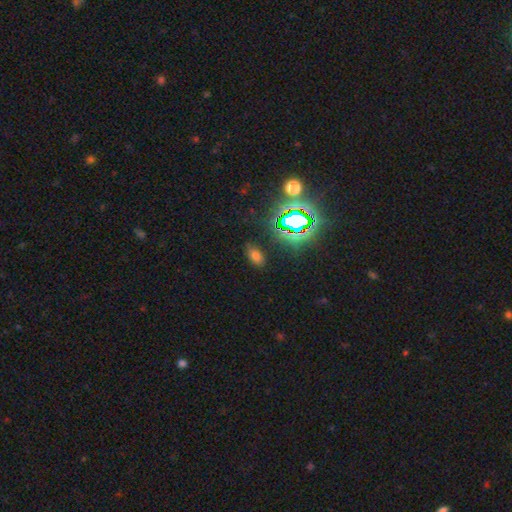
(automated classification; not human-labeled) Smooth or featured? Predicted: smooth (p=0.60). How rounded? Predicted: in between (p=0.89). Merging? Predicted: none (p=0.84).